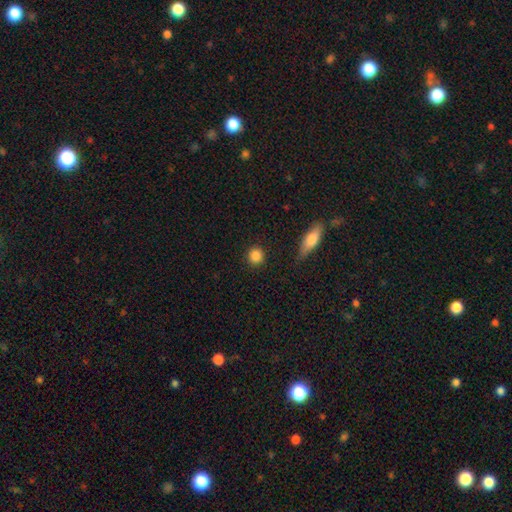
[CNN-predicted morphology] smooth 87%, star or artifact 9%, featured or disk 4%. Down the decision tree: how rounded — round (91%); merging — none (90%).